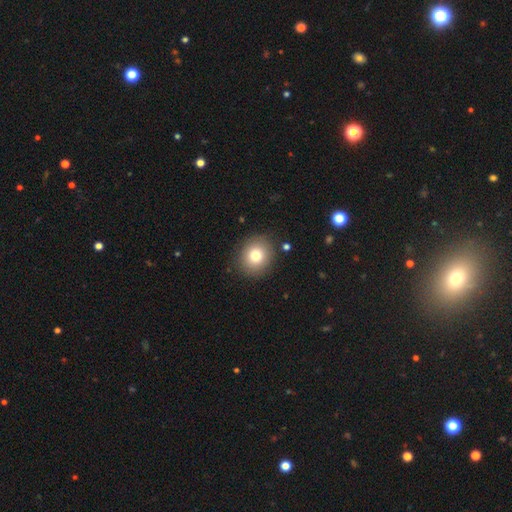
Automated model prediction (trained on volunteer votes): A smooth galaxy with no disk features (78%) that is round (80%).

Vote fractions:
- Smooth or featured? smooth: 78% / star or artifact: 11% / featured or disk: 11%
- How rounded? round: 80% / in between: 19% / cigar-shaped: 1%
- Merging? none: 88% / minor disturbance: 7% / major disturbance: 3% / merger: 2%